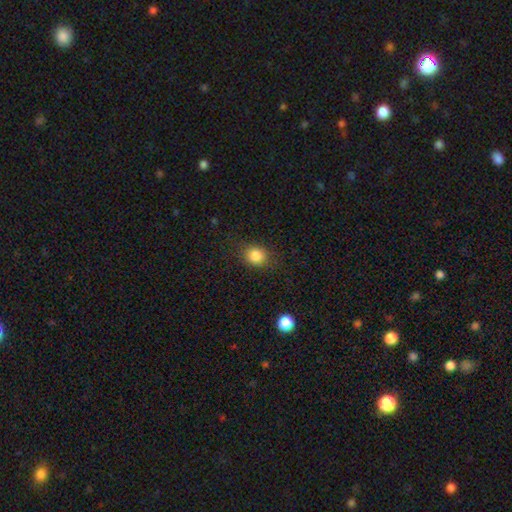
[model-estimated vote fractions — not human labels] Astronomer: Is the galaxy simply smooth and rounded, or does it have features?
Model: smooth — 83%.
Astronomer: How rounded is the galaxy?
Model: round — 67%.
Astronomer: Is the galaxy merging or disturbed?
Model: none — 83%.